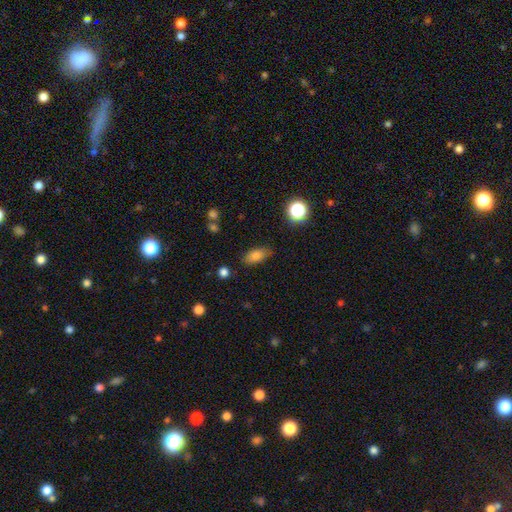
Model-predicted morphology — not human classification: This is clearly a smooth galaxy (83%). How rounded: clearly in between (87%). Merging: clearly none (83%).